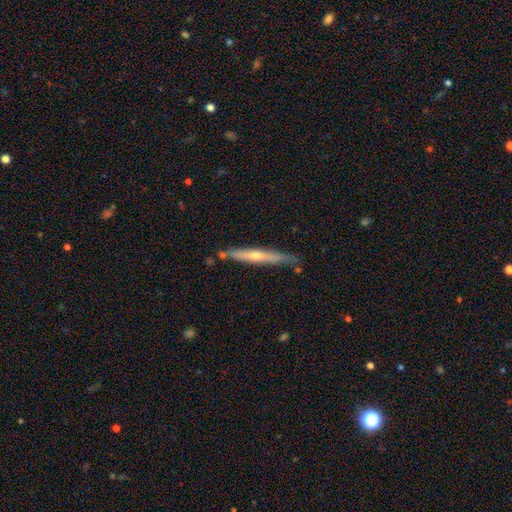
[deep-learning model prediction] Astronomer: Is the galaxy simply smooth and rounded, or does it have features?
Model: featured or disk — 61%.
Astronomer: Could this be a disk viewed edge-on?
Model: yes — 94%.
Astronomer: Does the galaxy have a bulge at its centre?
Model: rounded — 72%.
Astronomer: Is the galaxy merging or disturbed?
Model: none — 78%.